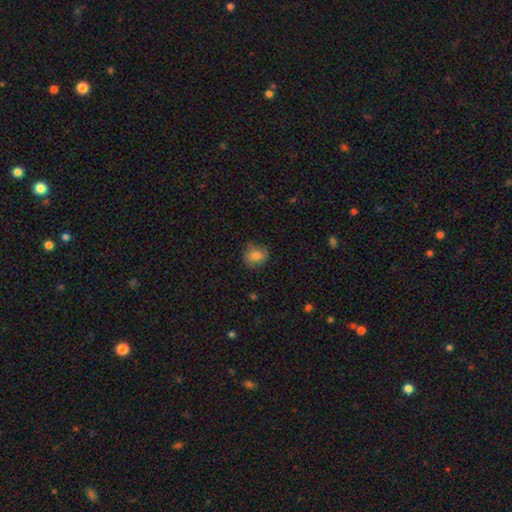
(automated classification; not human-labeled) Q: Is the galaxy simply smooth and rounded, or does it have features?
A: smooth — 81%.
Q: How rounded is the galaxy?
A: round — 64%.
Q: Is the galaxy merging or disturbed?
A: none — 73%.